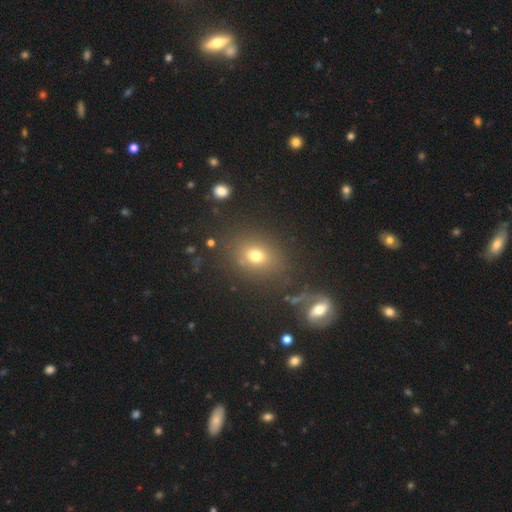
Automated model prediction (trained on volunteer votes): smooth-or-featured: smooth: 70% | star or artifact: 19% | featured or disk: 11%
  how-rounded: round: 55% | in between: 44% | cigar-shaped: 2%
  merging: none: 79% | minor disturbance: 11% | major disturbance: 5% | merger: 5%